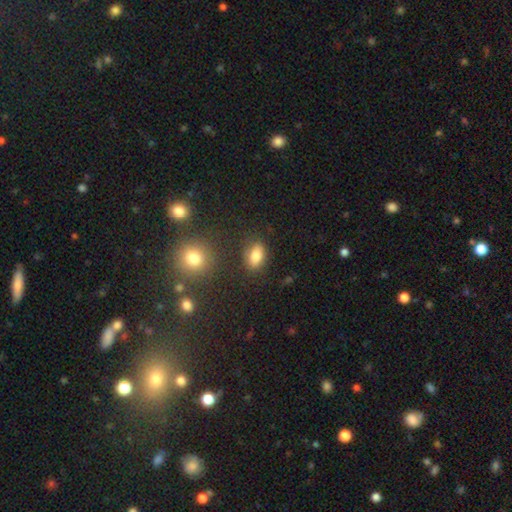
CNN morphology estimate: This is clearly a smooth galaxy (83%). How rounded: clearly in between (86%). Merging: clearly none (81%).